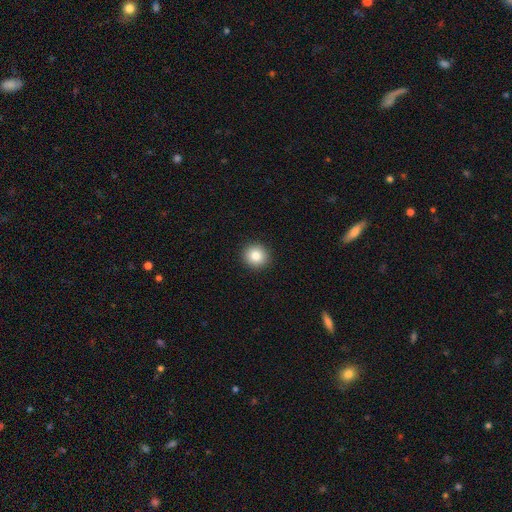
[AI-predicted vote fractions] This appears to be a smooth galaxy with no disk features (83%) that is round (92%). Merging: none (93%).